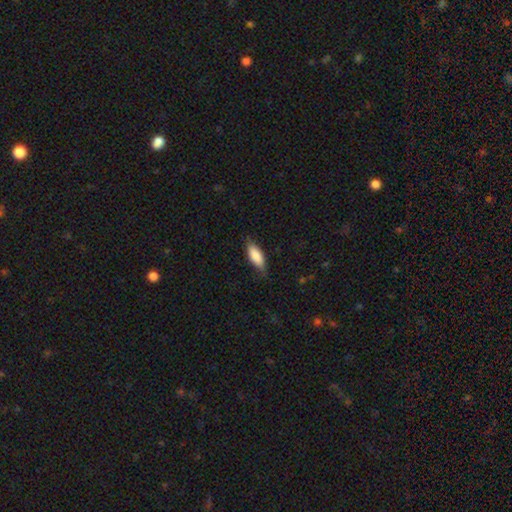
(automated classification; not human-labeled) Smooth or featured: smooth — 83% (featured or disk — 11%)
How rounded: in between — 75% (cigar-shaped — 23%)
Merging: none — 74% (minor disturbance — 21%)